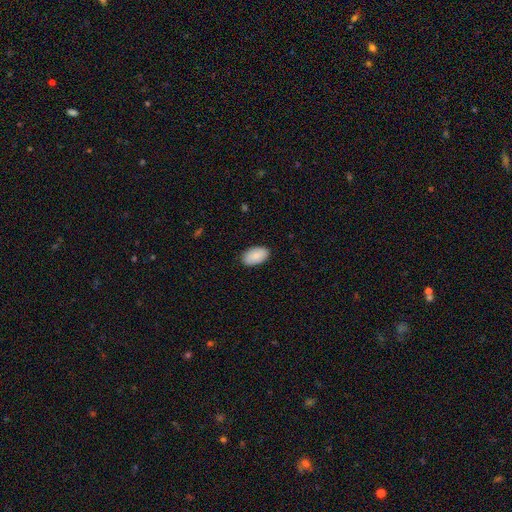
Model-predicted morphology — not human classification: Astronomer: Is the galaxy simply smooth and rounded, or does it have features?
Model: smooth — 88%.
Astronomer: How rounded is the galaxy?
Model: in between — 95%.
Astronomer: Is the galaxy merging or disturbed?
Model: none — 87%.